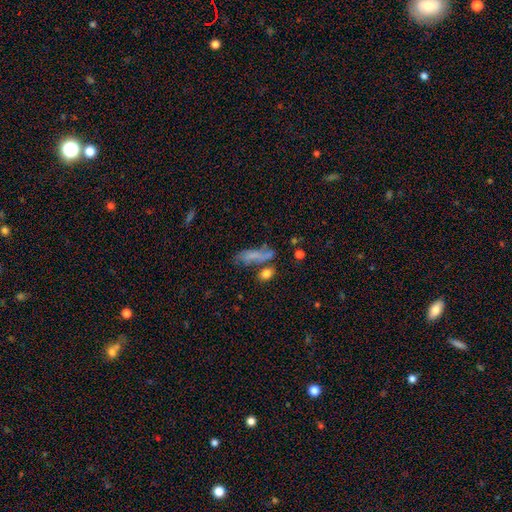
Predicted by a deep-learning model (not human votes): smooth 54%, featured or disk 33%, star or artifact 13%. Down the decision tree: how rounded — cigar-shaped (50%); merging — none (46%).